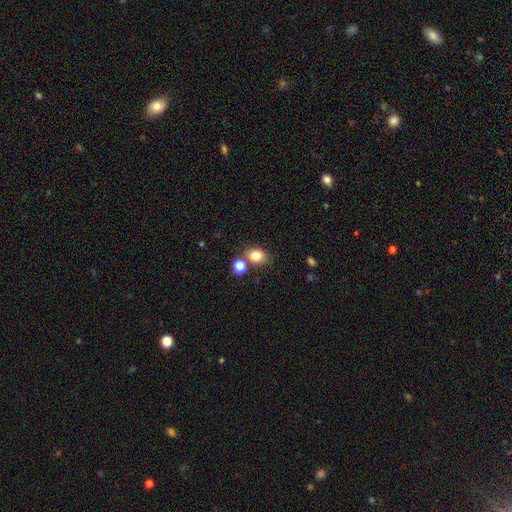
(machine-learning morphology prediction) This appears to be a smooth galaxy with no disk features (82%) that is round (52%). Merging: none (67%).